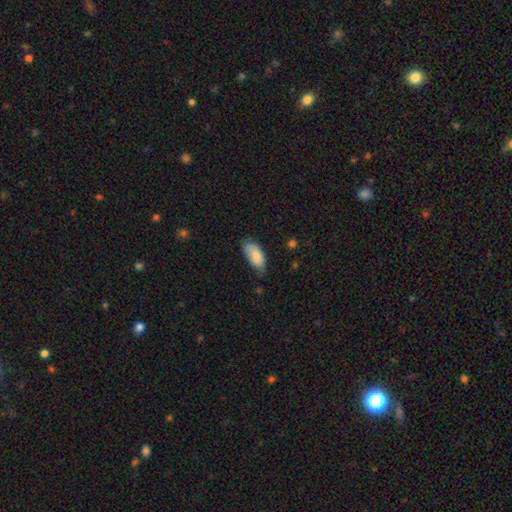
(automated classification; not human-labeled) A smooth galaxy with no disk features (84%) that is in between round and cigar-shaped (91%).

Vote fractions:
- Smooth or featured? smooth: 84% / featured or disk: 9% / star or artifact: 7%
- How rounded? in between: 91% / cigar-shaped: 7% / round: 2%
- Merging? none: 54% / minor disturbance: 36% / major disturbance: 8% / merger: 2%